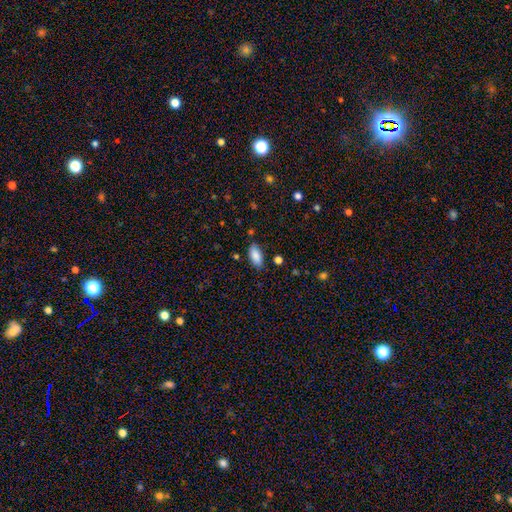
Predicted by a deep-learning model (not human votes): This appears to be a smooth galaxy with no disk features (87%) that is in between round and cigar-shaped (87%). Merging: none (82%).